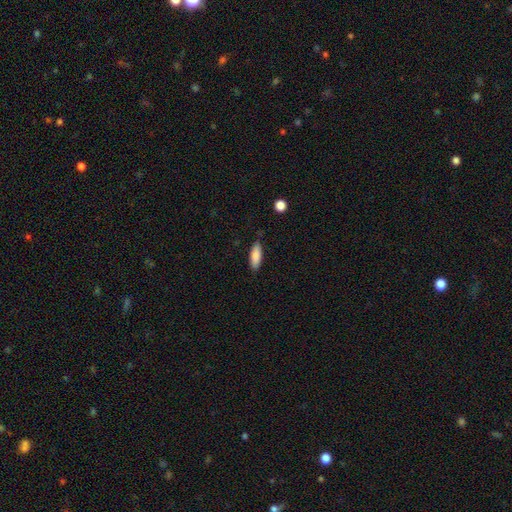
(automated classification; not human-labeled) A smooth galaxy with no disk features (86%) that is in between round and cigar-shaped (64%).

Vote fractions:
- Smooth or featured? smooth: 86% / featured or disk: 8% / star or artifact: 6%
- How rounded? in between: 64% / cigar-shaped: 35% / round: 2%
- Merging? none: 81% / minor disturbance: 15% / major disturbance: 3% / merger: 2%